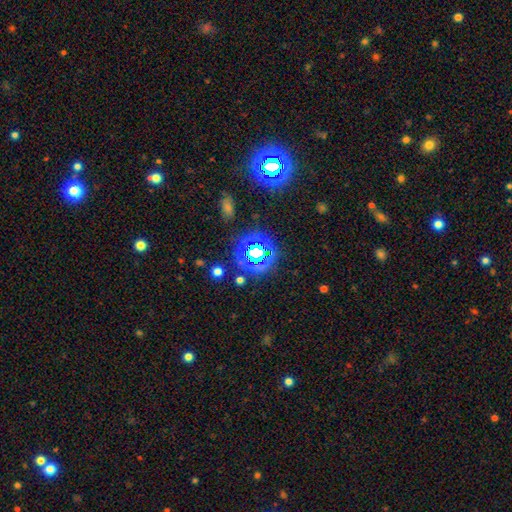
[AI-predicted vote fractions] smooth_or_featured: star or artifact (p=0.70) [alt: smooth p=0.21]